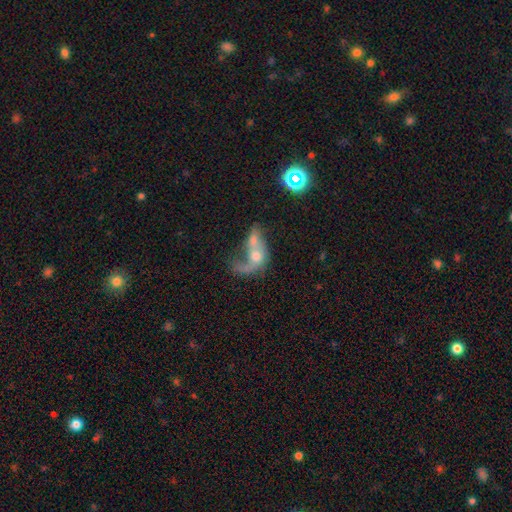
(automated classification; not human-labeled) Overall: featured or disk (50%; smooth 39%). Merging: merger (60%; major disturbance 22%).